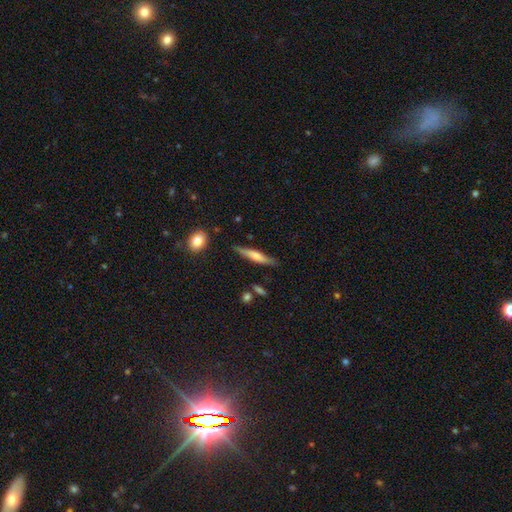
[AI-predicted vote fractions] smooth-or-featured: smooth: 53% | featured or disk: 40% | star or artifact: 6%
  how-rounded: cigar-shaped: 87% | in between: 11% | round: 2%
  merging: none: 80% | minor disturbance: 15% | major disturbance: 3% | merger: 3%